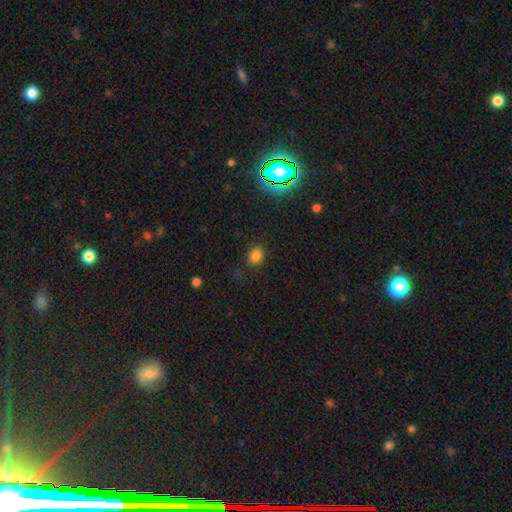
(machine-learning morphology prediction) This appears to be a smooth galaxy with no disk features (79%) that is round (51%). Merging: none (81%).